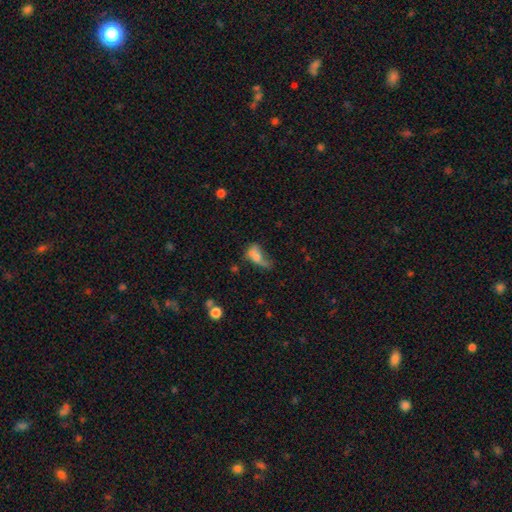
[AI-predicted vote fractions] A smooth galaxy with no disk features (59%) that is in between round and cigar-shaped (76%). Merging: major disturbance (34%).